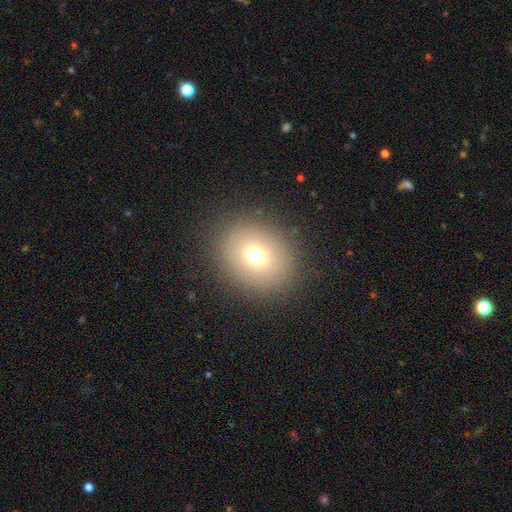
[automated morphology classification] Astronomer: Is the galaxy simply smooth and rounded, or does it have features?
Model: smooth — 71%.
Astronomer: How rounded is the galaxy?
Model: round — 69%.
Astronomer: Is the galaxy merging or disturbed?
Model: none — 88%.